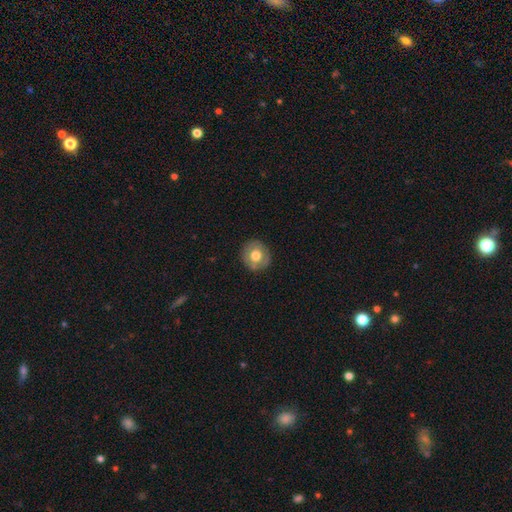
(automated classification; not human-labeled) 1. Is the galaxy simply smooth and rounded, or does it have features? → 64% smooth, 28% featured or disk, 7% star or artifact.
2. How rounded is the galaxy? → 88% round, 11% in between, 1% cigar-shaped.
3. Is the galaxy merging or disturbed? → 86% none, 10% minor disturbance, 3% major disturbance, 1% merger.